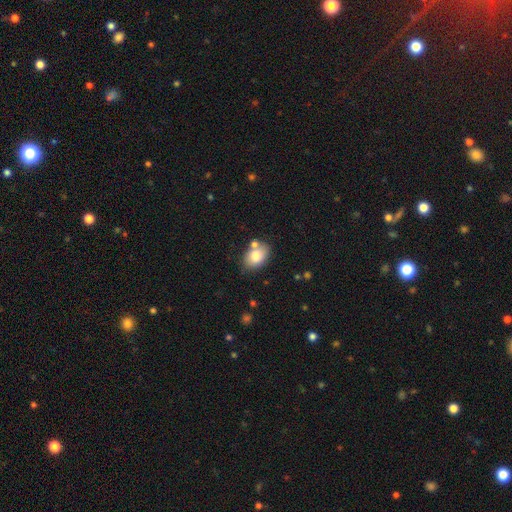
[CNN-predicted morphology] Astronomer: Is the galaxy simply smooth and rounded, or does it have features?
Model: smooth — 78%.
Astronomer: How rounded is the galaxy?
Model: in between — 80%.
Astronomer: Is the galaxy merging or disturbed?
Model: none — 65%.